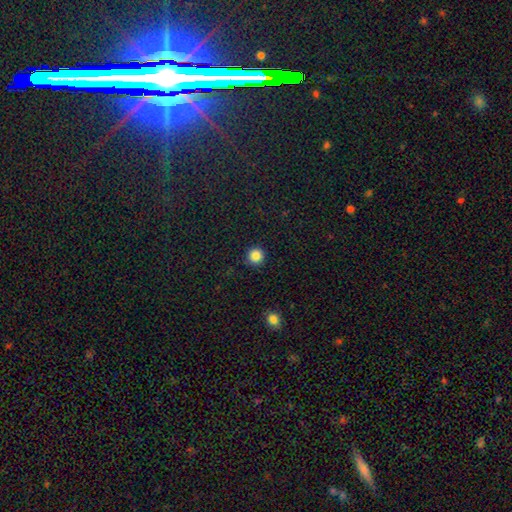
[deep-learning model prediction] Q: Smooth or featured?
A: smooth (86%); runner-up: star or artifact (11%)
Q: How rounded?
A: round (96%); runner-up: in between (3%)
Q: Merging?
A: none (93%); runner-up: minor disturbance (5%)